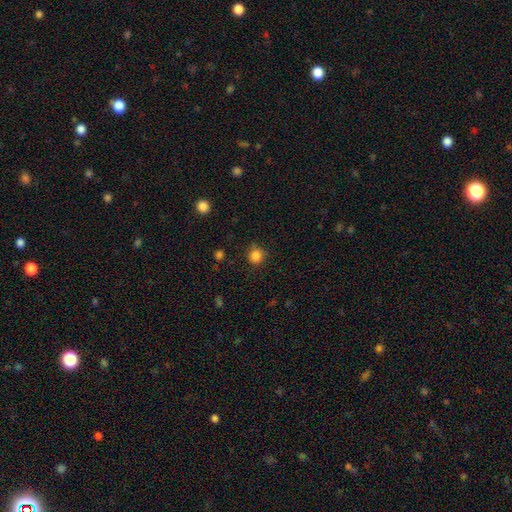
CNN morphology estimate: This is clearly a smooth galaxy (84%). How rounded: clearly round (88%). Merging: likely none (79%).